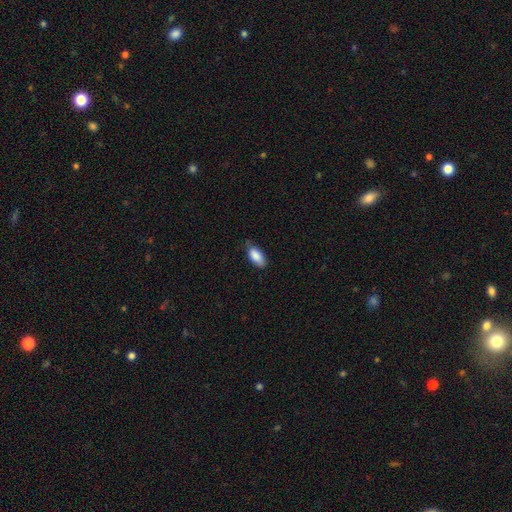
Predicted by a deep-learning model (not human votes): A smooth galaxy with no disk features (87%) that is in between round and cigar-shaped (89%).

Vote fractions:
- Smooth or featured? smooth: 87% / star or artifact: 7% / featured or disk: 6%
- How rounded? in between: 89% / cigar-shaped: 8% / round: 2%
- Merging? none: 69% / minor disturbance: 25% / major disturbance: 4% / merger: 1%